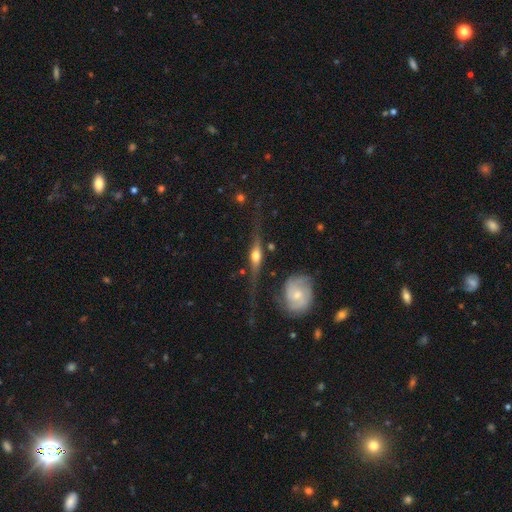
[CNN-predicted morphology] A featured or disk galaxy (80%) viewed edge-on (88%) with a rounded central bulge (94%). Merging: none (63%).